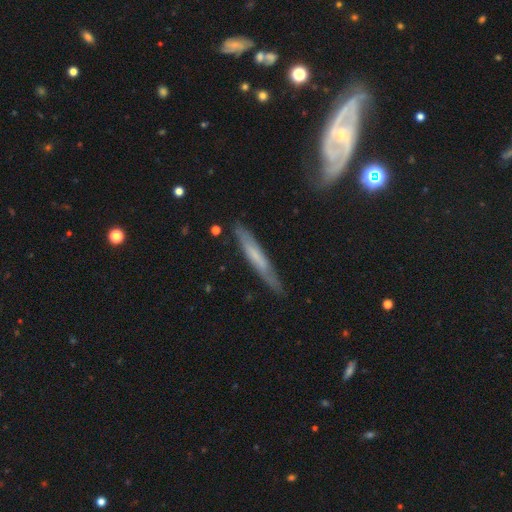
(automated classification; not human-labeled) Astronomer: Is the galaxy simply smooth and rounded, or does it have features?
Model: featured or disk — 48% (runner-up: smooth, 46%).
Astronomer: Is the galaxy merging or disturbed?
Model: none — 80%.